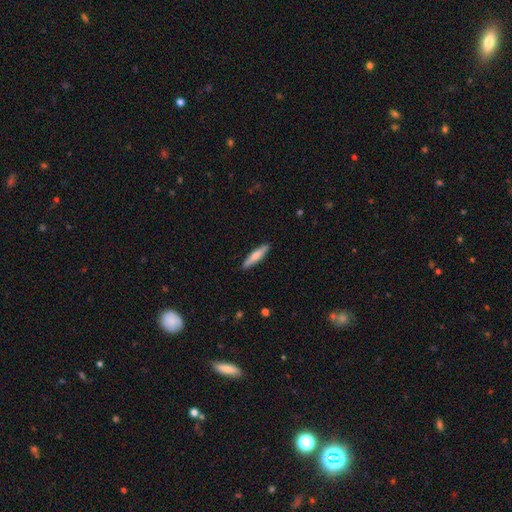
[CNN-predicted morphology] Smooth or featured? Predicted: smooth (p=0.66). How rounded? Predicted: cigar-shaped (p=0.88). Merging? Predicted: none (p=0.90).